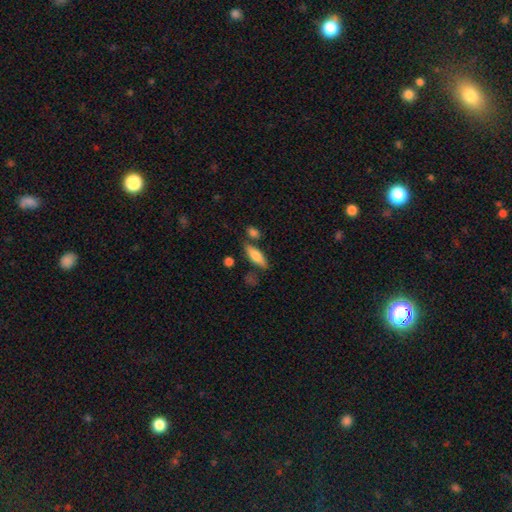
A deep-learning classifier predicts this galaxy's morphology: Smooth or featured: smooth — 65% (featured or disk — 28%)
How rounded: in between — 52% (cigar-shaped — 45%)
Merging: none — 73% (minor disturbance — 14%)